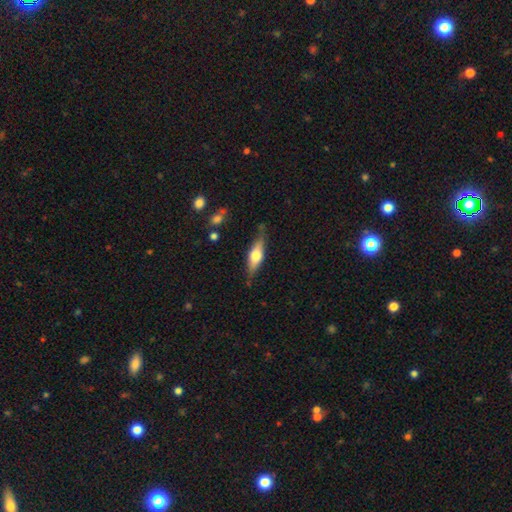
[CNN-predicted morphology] The model was most divided on "smooth or featured" (2-way tie): smooth: 47%, featured or disk: 47%, star or artifact: 6%. More confident: merging — none (77%).